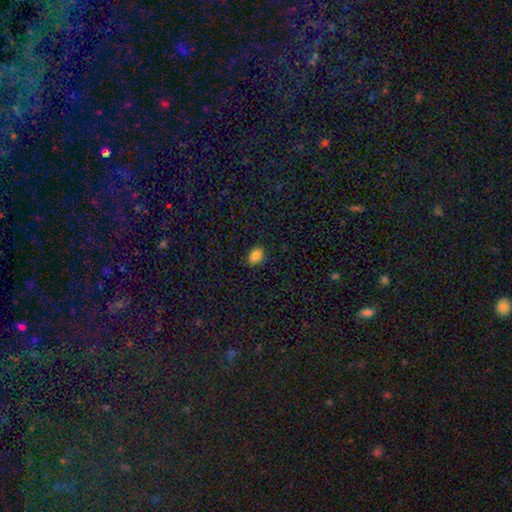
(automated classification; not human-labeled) This is clearly a smooth galaxy (84%). How rounded: likely in between (66%). Merging: clearly none (87%).